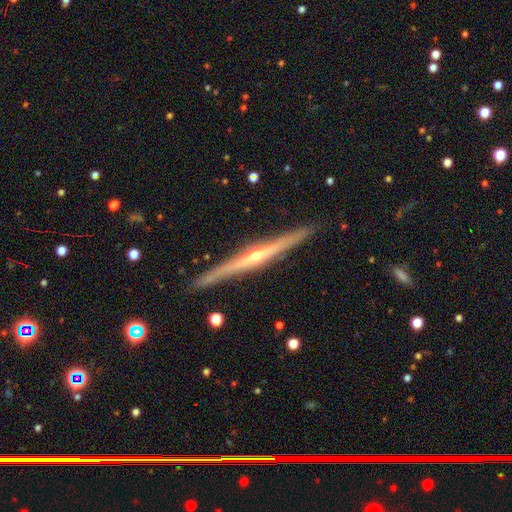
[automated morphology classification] Smooth or featured? Predicted: featured or disk (p=0.84). Edge-on disk? Predicted: yes (p=0.98). Edge-on bulge? Predicted: rounded (p=0.83). Merging? Predicted: none (p=0.91).